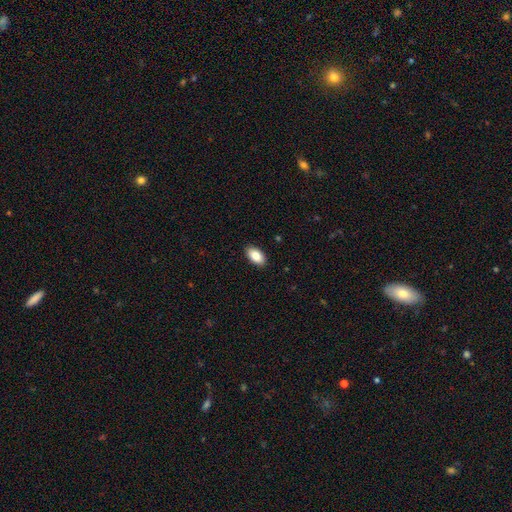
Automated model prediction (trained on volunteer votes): This is clearly a smooth galaxy (86%). How rounded: clearly in between (94%). Merging: clearly none (89%).